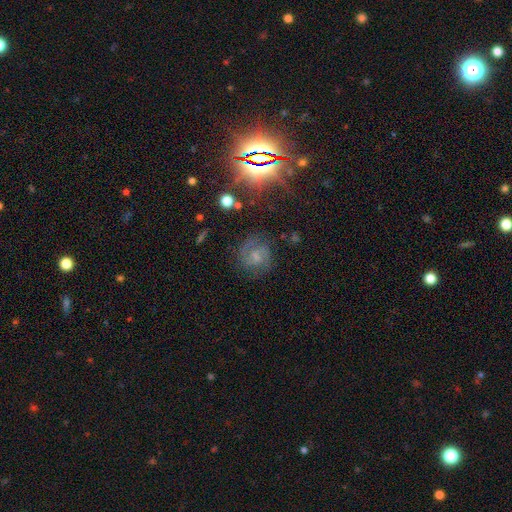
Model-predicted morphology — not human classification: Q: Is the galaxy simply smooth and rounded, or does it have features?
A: featured or disk — 70%.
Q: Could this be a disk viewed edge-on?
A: no — 97%.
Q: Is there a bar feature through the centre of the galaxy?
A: weak — 49%.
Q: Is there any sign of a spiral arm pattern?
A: yes — 93%.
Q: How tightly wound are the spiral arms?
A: medium — 49%.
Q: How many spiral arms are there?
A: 2 — 77%.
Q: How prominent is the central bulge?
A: small — 36%.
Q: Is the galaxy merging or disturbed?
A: none — 72%.